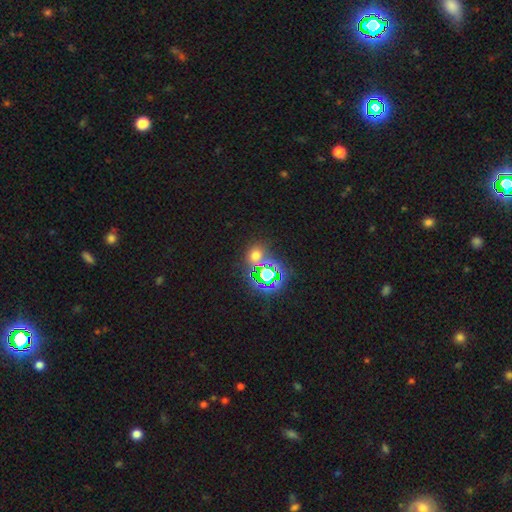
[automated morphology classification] smooth_or_featured: smooth (p=0.48) [alt: star or artifact p=0.45]
merging: none (p=0.72) [alt: merger p=0.15]